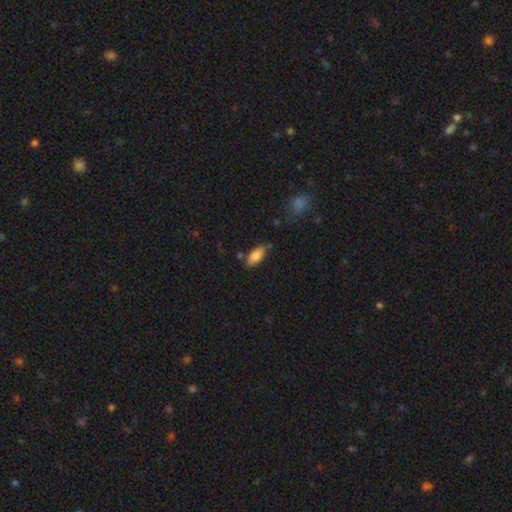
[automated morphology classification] This appears to be a smooth galaxy with no disk features (81%) that is in between round and cigar-shaped (84%). Merging: none (70%).